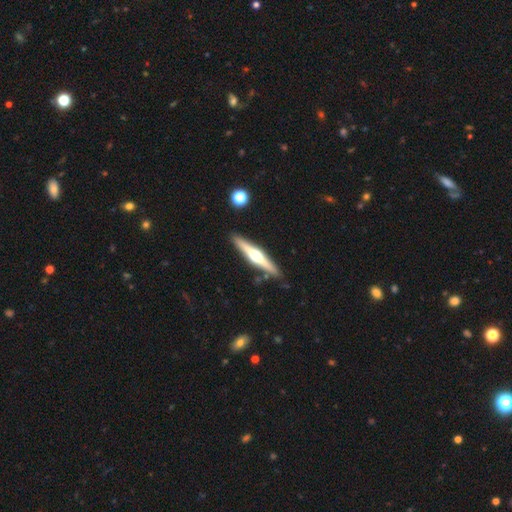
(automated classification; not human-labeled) The model was most divided on "smooth or featured": featured or disk: 70%, smooth: 25%, star or artifact: 5%. More confident: edge-on disk — yes (97%); edge-on bulge — rounded (93%); merging — none (88%).